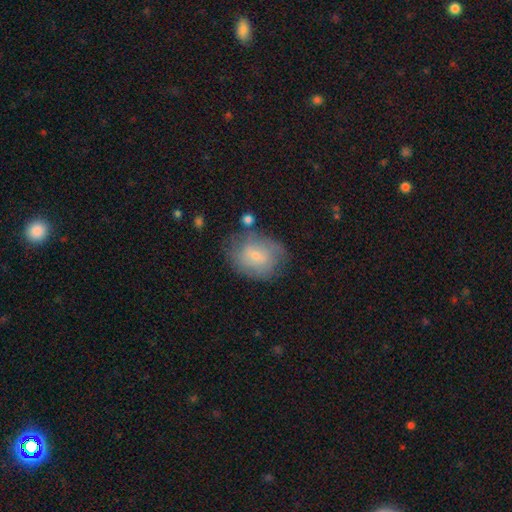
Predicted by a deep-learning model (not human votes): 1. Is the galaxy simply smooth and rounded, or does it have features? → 51% smooth, 40% featured or disk, 9% star or artifact.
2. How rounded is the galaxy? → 55% in between, 44% round, 1% cigar-shaped.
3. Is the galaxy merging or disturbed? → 64% none, 23% minor disturbance, 9% major disturbance, 4% merger.